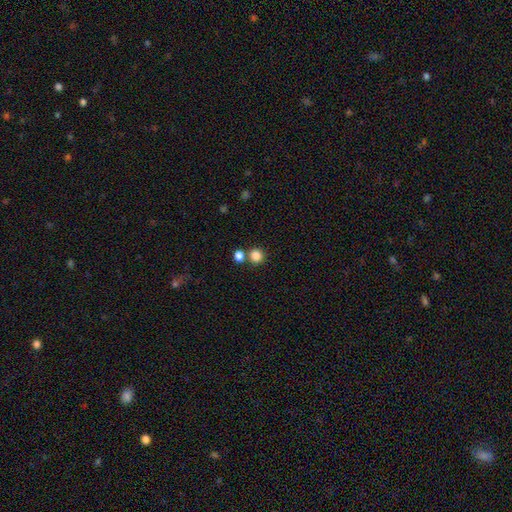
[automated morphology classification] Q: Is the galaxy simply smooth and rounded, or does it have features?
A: smooth — 84%.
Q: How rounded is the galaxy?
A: round — 91%.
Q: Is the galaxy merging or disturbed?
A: none — 70%.